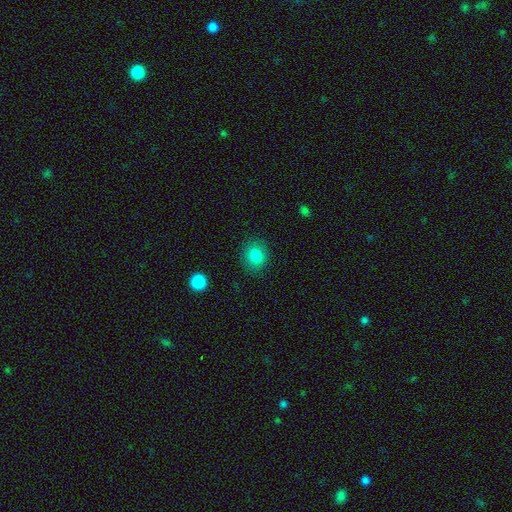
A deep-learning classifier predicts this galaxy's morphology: Overall: smooth (83%). How rounded: round (68%; in between 31%). Merging: none (86%).